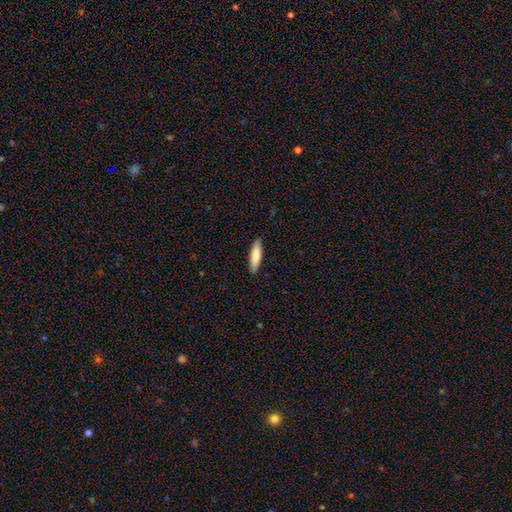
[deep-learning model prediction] This appears to be a smooth galaxy with no disk features (81%) that is cigar-shaped (72%). Merging: none (90%).